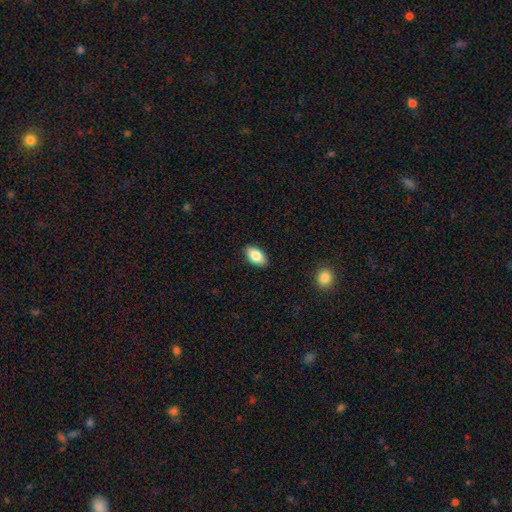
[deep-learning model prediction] Q: Smooth or featured?
A: smooth (84%); runner-up: featured or disk (9%)
Q: How rounded?
A: in between (93%); runner-up: round (4%)
Q: Merging?
A: none (88%); runner-up: minor disturbance (9%)